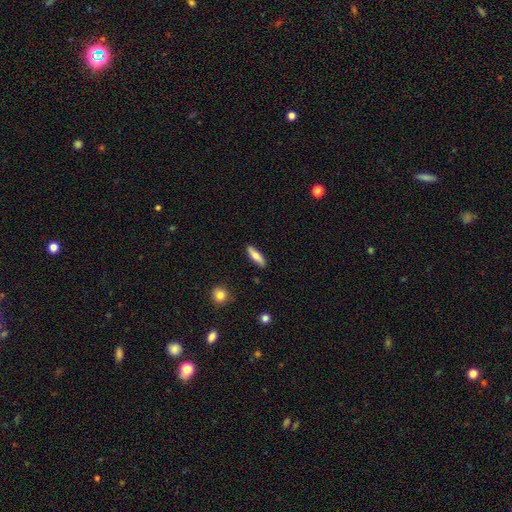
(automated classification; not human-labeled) A smooth galaxy with no disk features (73%) that is cigar-shaped (53%). Merging: none (87%).